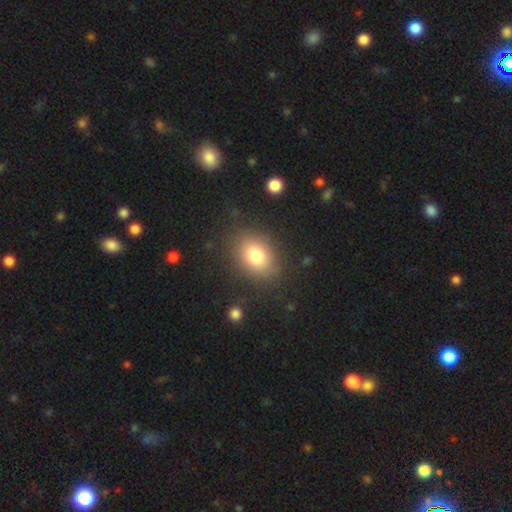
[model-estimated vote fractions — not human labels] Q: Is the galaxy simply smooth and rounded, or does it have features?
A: smooth — 78%.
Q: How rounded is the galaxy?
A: in between — 63%.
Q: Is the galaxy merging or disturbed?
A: none — 83%.